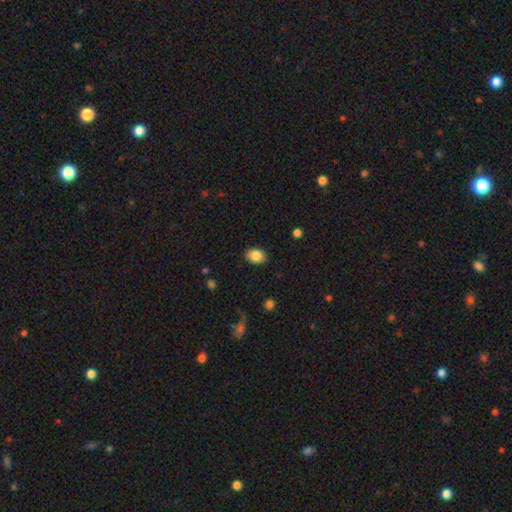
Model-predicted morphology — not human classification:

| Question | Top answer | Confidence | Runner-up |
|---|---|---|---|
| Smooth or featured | smooth | 86% | star or artifact (8%) |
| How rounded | in between | 68% | round (31%) |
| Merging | none | 88% | minor disturbance (9%) |